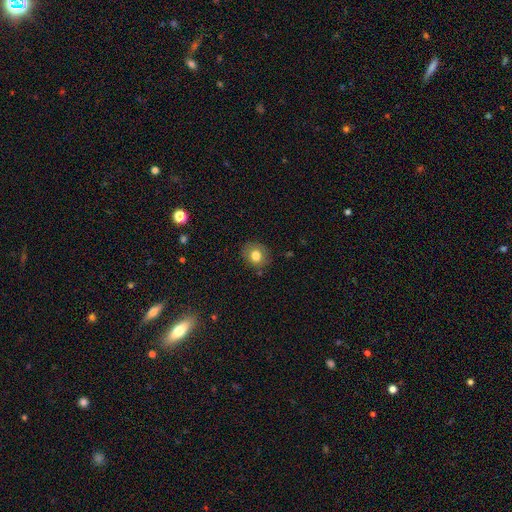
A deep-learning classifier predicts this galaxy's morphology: type=smooth (78%); roundness=round (69%); merging=none (83%).